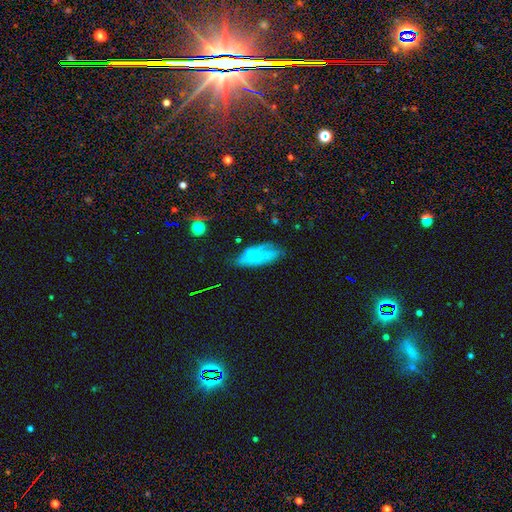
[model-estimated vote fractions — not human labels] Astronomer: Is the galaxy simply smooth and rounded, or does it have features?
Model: smooth — 55%.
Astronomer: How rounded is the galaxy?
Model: in between — 84%.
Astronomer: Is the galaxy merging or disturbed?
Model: none — 55%.